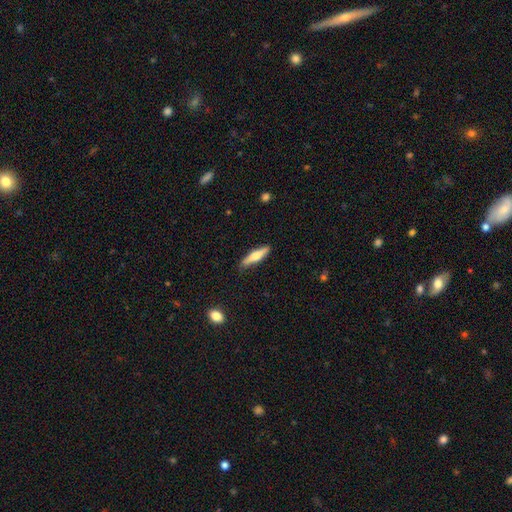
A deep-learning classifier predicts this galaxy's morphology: Overall: smooth (57%; featured or disk 38%). How rounded: cigar-shaped (78%). Merging: none (85%).